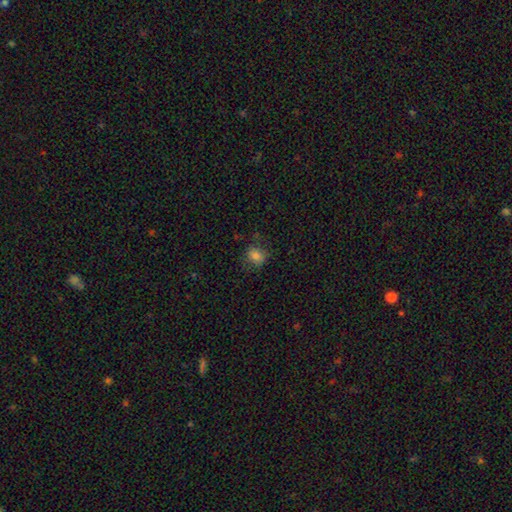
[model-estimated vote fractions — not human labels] This appears to be a smooth galaxy with no disk features (80%) that is round (61%). Merging: none (73%).